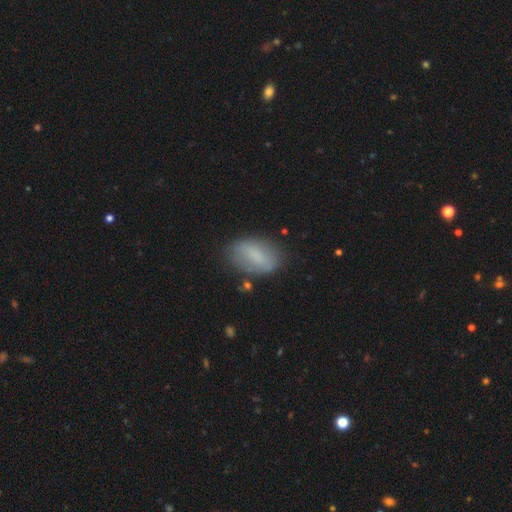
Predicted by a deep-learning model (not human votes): Smooth or featured: smooth — 67% (featured or disk — 25%)
How rounded: in between — 89% (round — 8%)
Merging: none — 70% (minor disturbance — 21%)